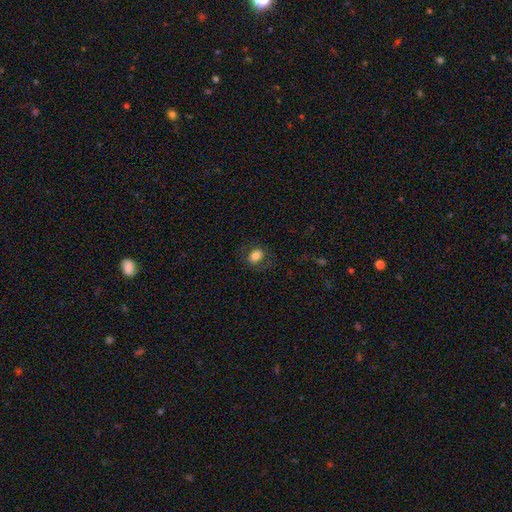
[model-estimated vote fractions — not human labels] smooth-or-featured: smooth: 80% | featured or disk: 11% | star or artifact: 10%
  how-rounded: in between: 62% | round: 37% | cigar-shaped: 1%
  merging: none: 78% | minor disturbance: 14% | major disturbance: 7% | merger: 1%